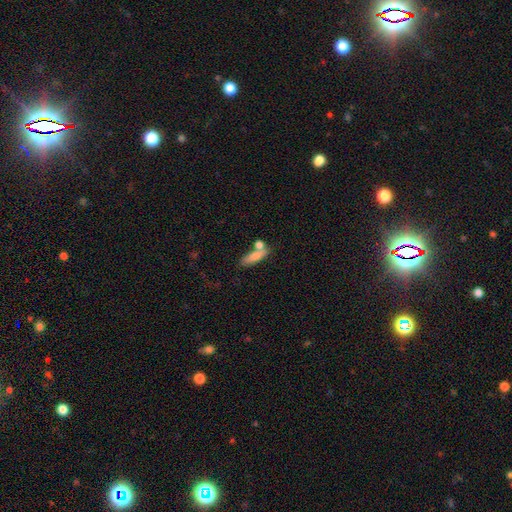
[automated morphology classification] This is likely a smooth galaxy (76%). How rounded: possibly cigar-shaped (58%). Merging: possibly none (58%).